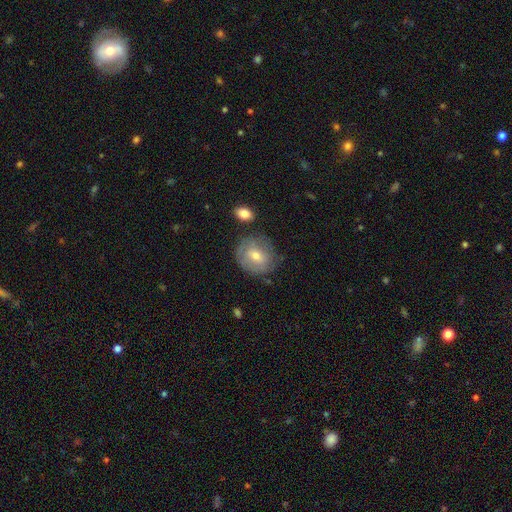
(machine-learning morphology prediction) type=smooth (52%); roundness=round (78%); merging=none (71%).